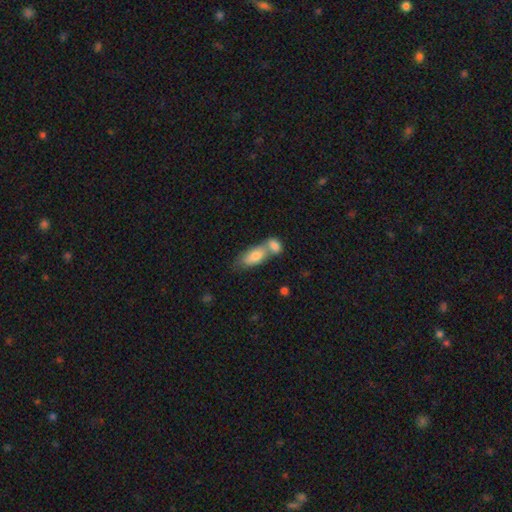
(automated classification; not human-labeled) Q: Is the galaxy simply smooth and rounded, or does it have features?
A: smooth — 77%.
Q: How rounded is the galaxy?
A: in between — 84%.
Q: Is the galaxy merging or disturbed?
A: merger — 59%.